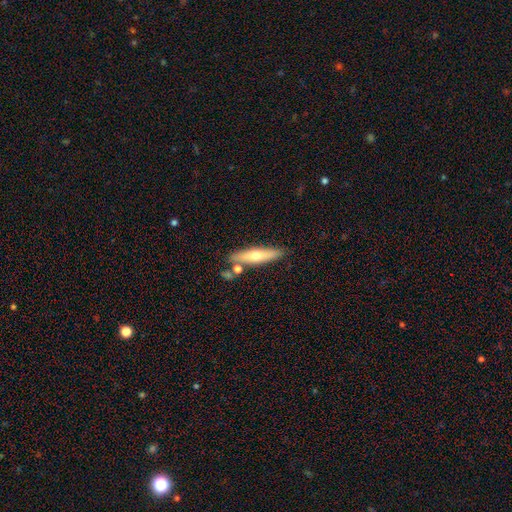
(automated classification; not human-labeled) The model was most divided on "smooth or featured": smooth: 53%, featured or disk: 41%, star or artifact: 6%. More confident: merging — none (78%); how rounded — cigar-shaped (78%).